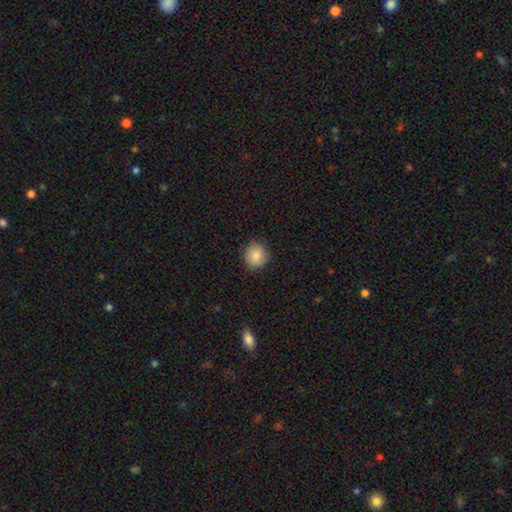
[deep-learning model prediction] This appears to be a smooth galaxy with no disk features (85%) that is round (89%). Merging: none (85%).